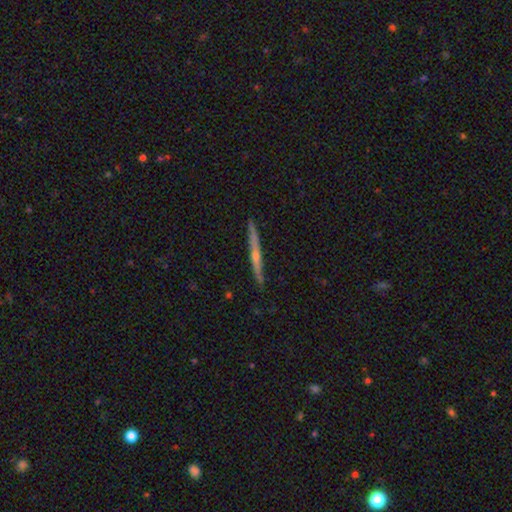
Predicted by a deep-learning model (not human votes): Q: Smooth or featured?
A: featured or disk (72%); runner-up: smooth (22%)
Q: Edge-on disk?
A: yes (98%); runner-up: no (2%)
Q: Edge-on bulge?
A: rounded (70%); runner-up: none (26%)
Q: Merging?
A: none (90%); runner-up: minor disturbance (7%)